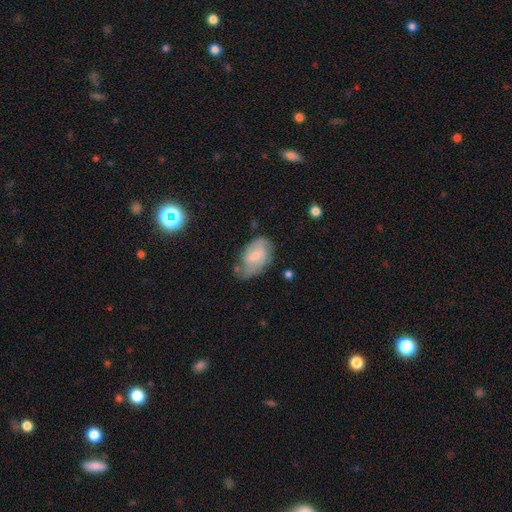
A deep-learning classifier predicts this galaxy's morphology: Q: Smooth or featured?
A: featured or disk (56%); runner-up: smooth (37%)
Q: Edge-on disk?
A: no (96%); runner-up: yes (4%)
Q: Bar?
A: weak (58%); runner-up: no (26%)
Q: Spiral arms?
A: yes (82%); runner-up: no (18%)
Q: Bulge size?
A: small (51%); runner-up: moderate (35%)
Q: Merging?
A: none (52%); runner-up: minor disturbance (32%)